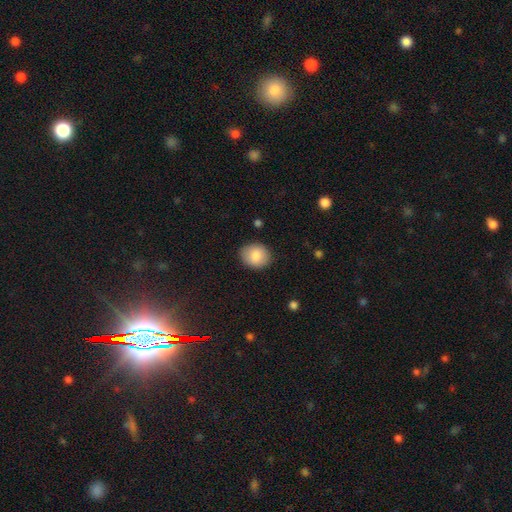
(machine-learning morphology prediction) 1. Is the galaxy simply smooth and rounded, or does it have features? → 84% smooth, 9% featured or disk, 7% star or artifact.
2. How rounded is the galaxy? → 62% round, 37% in between, 1% cigar-shaped.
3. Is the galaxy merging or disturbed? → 86% none, 10% minor disturbance, 2% major disturbance, 1% merger.